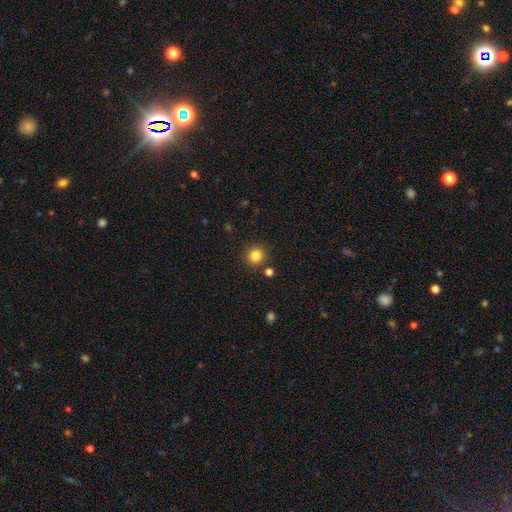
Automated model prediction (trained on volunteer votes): Smooth or featured: smooth — 83% (star or artifact — 12%)
How rounded: round — 93% (in between — 6%)
Merging: none — 87% (minor disturbance — 6%)